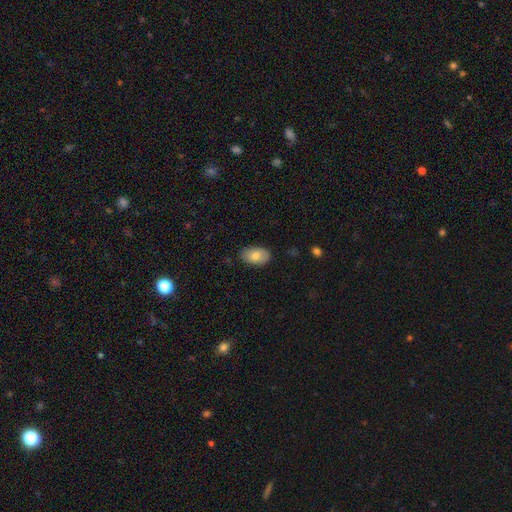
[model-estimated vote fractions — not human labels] Morphology: type=smooth (78%); roundness=in between (91%); merging=none (84%).